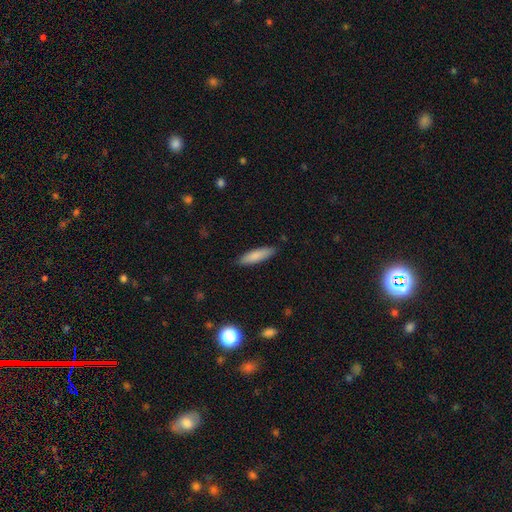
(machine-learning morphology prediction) Smooth or featured? smooth (84%)
How rounded? cigar-shaped (67%)
Merging? none (86%)